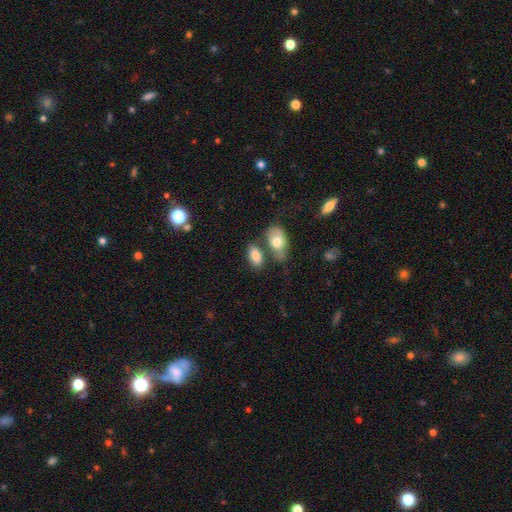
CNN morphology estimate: A smooth galaxy with no disk features (81%) that is in between round and cigar-shaped (91%).

Vote fractions:
- Smooth or featured? smooth: 81% / featured or disk: 12% / star or artifact: 7%
- How rounded? in between: 91% / round: 5% / cigar-shaped: 4%
- Merging? none: 58% / merger: 24% / minor disturbance: 14% / major disturbance: 5%